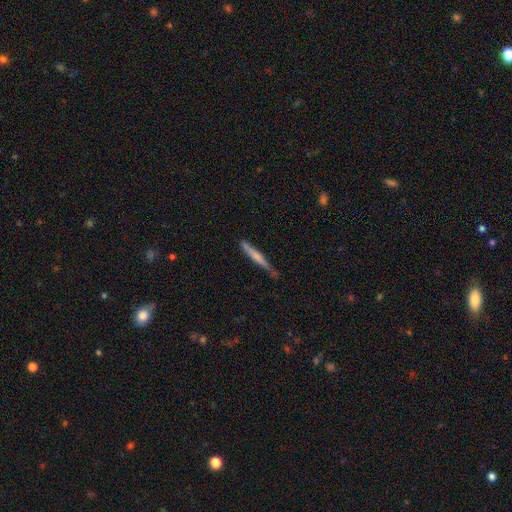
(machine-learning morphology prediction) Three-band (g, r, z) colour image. It shows a smooth galaxy with no disk features (58%) that is cigar-shaped (96%). Merging: none (69%).